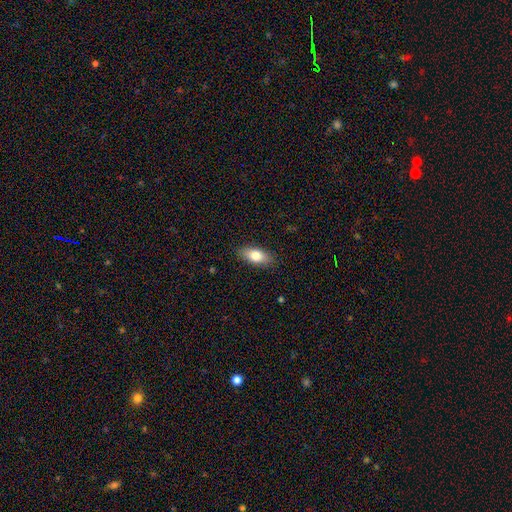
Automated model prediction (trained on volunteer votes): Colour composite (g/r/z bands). It shows a smooth galaxy with no disk features (76%) that is in between round and cigar-shaped (82%). Merging: none (87%).